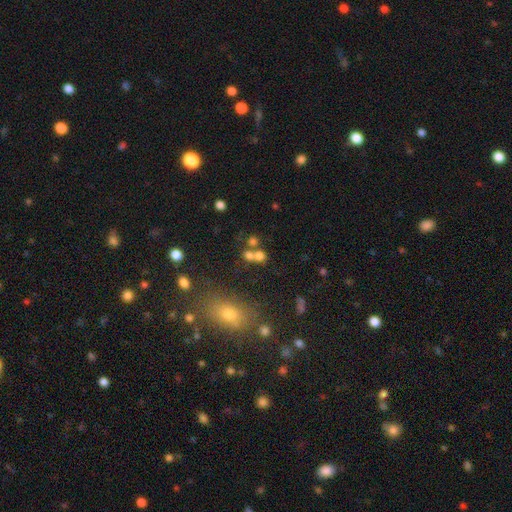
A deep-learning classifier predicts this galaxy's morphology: smooth_or_featured: smooth (p=0.66) [alt: star or artifact p=0.19]
how_rounded: round (p=0.70) [alt: in between p=0.28]
merging: merger (p=0.50) [alt: none p=0.37]